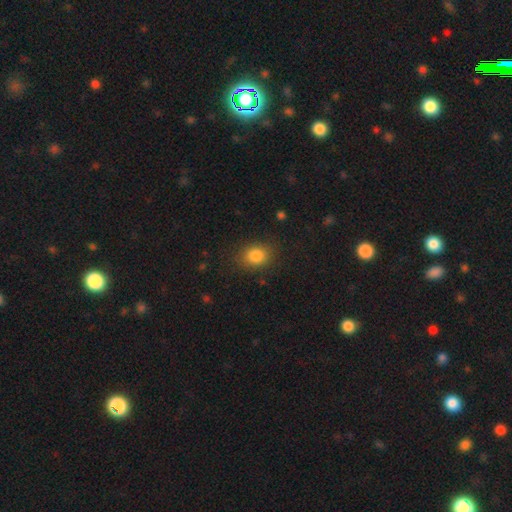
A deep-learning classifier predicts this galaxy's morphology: Smooth or featured: smooth — 84% (star or artifact — 10%)
How rounded: round — 53% (in between — 46%)
Merging: none — 84% (minor disturbance — 11%)